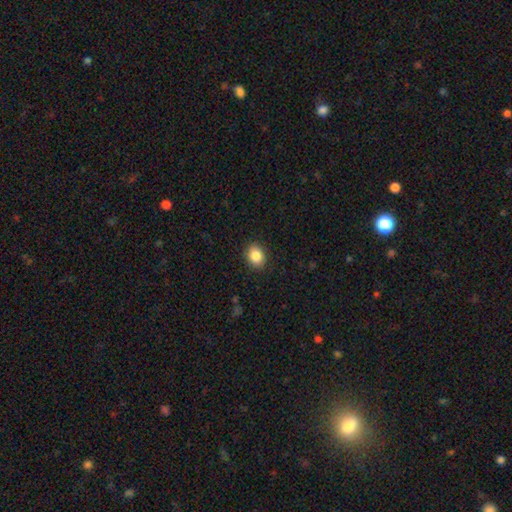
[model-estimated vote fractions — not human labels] smooth-or-featured: smooth: 86% | star or artifact: 9% | featured or disk: 5%
  how-rounded: in between: 54% | round: 45% | cigar-shaped: 1%
  merging: none: 90% | minor disturbance: 7% | major disturbance: 2% | merger: 1%